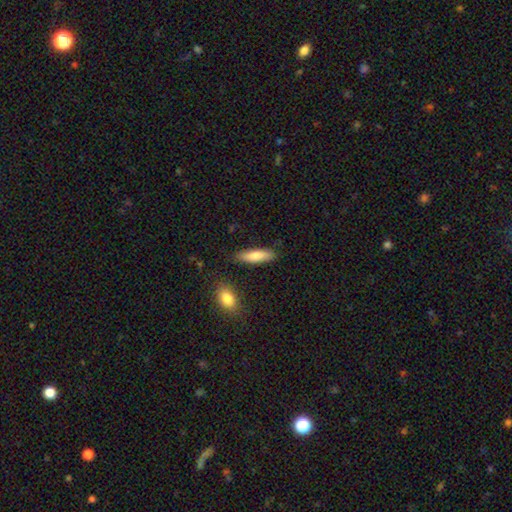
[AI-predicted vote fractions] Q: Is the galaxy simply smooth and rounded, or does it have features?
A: smooth — 78%.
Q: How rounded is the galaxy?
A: cigar-shaped — 64%.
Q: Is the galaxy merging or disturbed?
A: none — 84%.